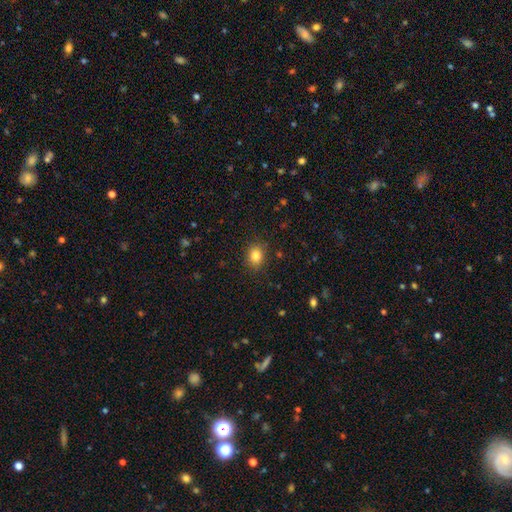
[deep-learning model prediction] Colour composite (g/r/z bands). It shows a smooth galaxy with no disk features (83%) that is in between round and cigar-shaped (52%). Merging: none (85%).